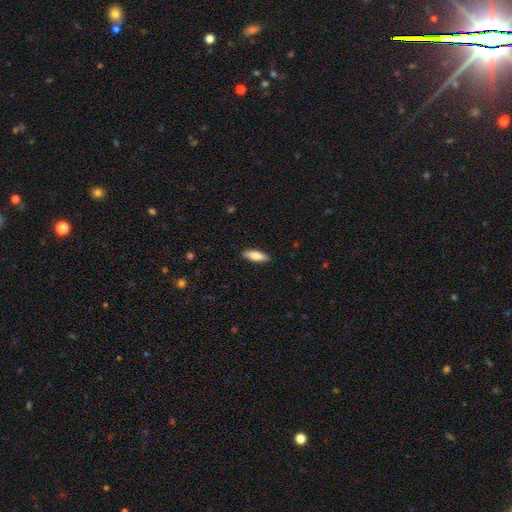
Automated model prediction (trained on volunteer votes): This is likely a smooth galaxy (77%). How rounded: possibly in between (55%). Merging: clearly none (90%).